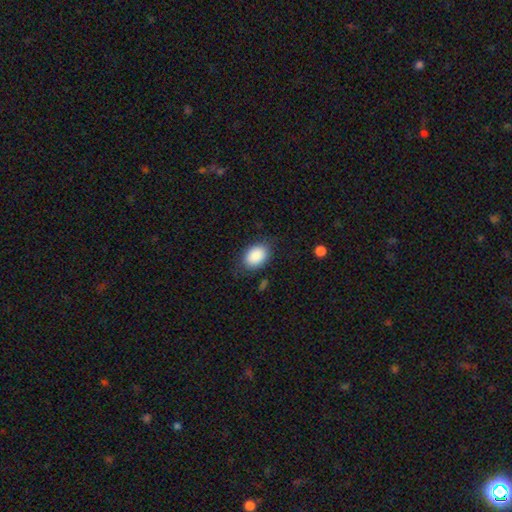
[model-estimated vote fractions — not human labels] A smooth galaxy with no disk features (89%) that is in between round and cigar-shaped (81%). Merging: none (79%).